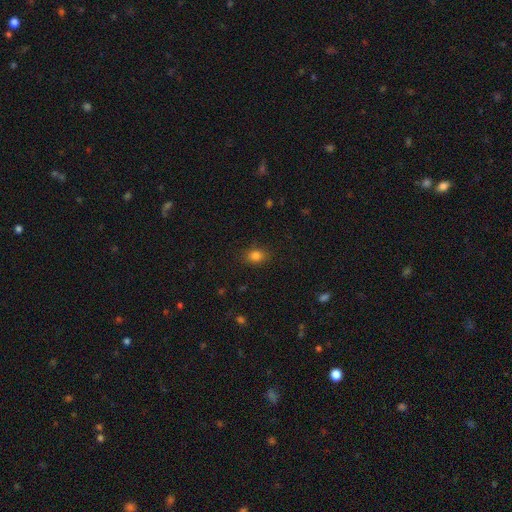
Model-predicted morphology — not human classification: A smooth galaxy with no disk features (81%) that is in between round and cigar-shaped (60%).

Vote fractions:
- Smooth or featured? smooth: 81% / star or artifact: 12% / featured or disk: 6%
- How rounded? in between: 60% / round: 38% / cigar-shaped: 1%
- Merging? none: 86% / minor disturbance: 10% / major disturbance: 3% / merger: 1%